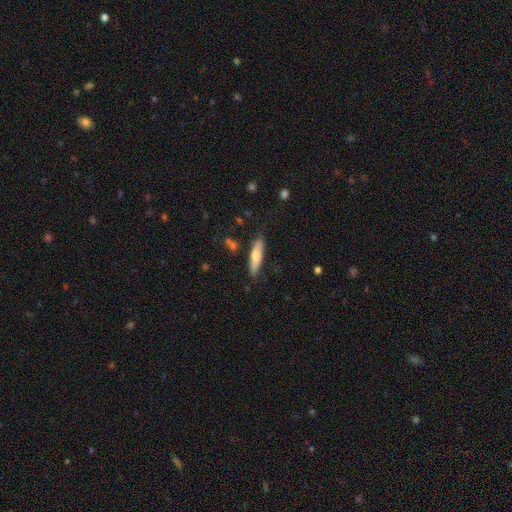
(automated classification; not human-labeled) Smooth or featured?
  - smooth: 63% *
  - featured or disk: 32%
  - star or artifact: 6%
How rounded?
  - cigar-shaped: 70% *
  - in between: 28%
  - round: 2%
Merging?
  - none: 83% *
  - minor disturbance: 12%
  - major disturbance: 3%
  - merger: 2%